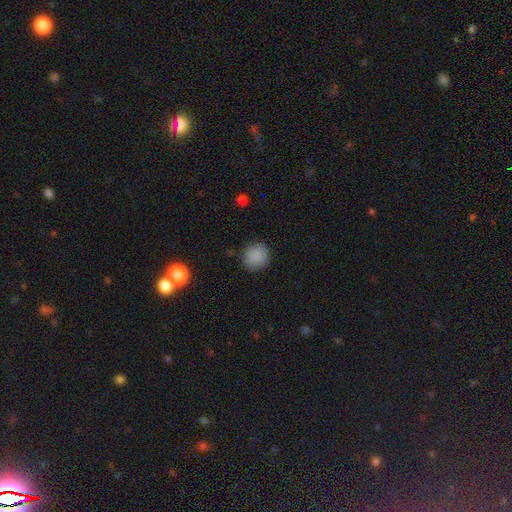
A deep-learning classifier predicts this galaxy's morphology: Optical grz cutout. It shows a smooth galaxy with no disk features (87%) that is round (92%). Merging: none (88%).